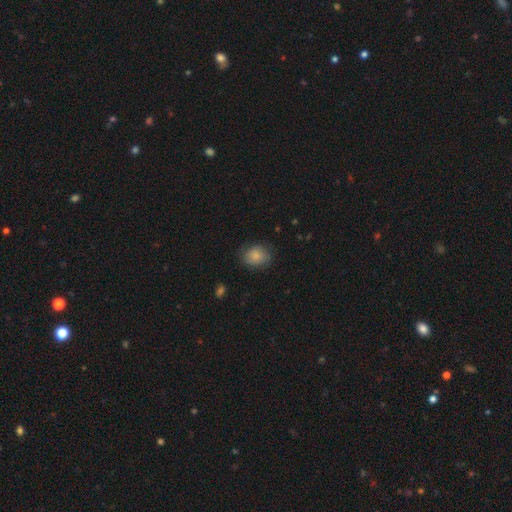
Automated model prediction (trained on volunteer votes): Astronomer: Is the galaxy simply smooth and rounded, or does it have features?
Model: smooth — 83%.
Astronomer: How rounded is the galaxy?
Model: in between — 54% (runner-up: round, 45%).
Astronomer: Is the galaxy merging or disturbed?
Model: none — 75%.